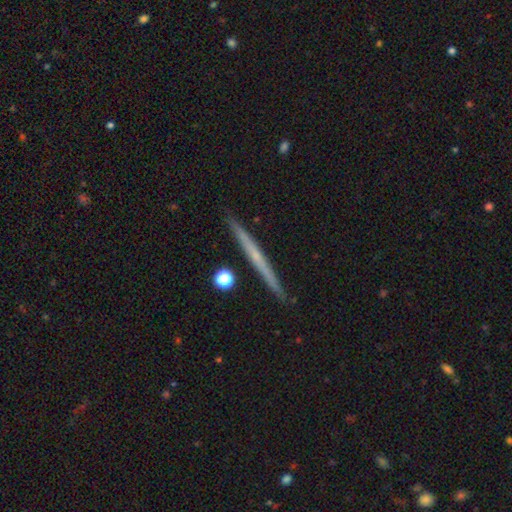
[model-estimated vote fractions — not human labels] Overall: featured or disk (60%; smooth 34%). Edge-on disk: yes (98%). Edge-on bulge: none (78%). Merging: none (91%).